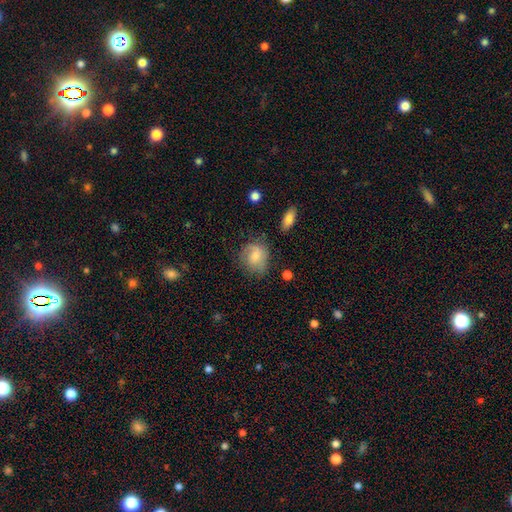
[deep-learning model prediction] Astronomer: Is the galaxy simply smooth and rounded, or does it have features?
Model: smooth — 71%.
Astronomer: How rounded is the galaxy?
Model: round — 63%.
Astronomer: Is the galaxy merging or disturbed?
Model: none — 59%.